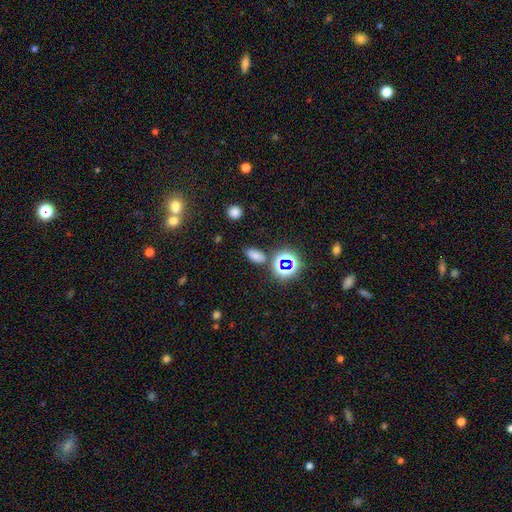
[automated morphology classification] Smooth or featured?
  - smooth: 66% *
  - star or artifact: 27%
  - featured or disk: 7%
How rounded?
  - in between: 88% *
  - round: 8%
  - cigar-shaped: 4%
Merging?
  - none: 79% *
  - minor disturbance: 12%
  - merger: 5%
  - major disturbance: 4%